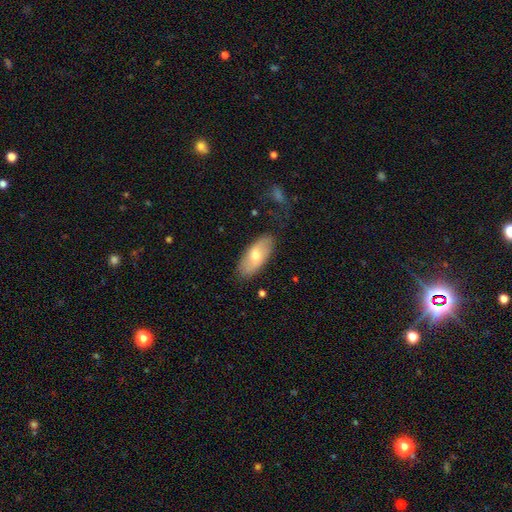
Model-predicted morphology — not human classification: Smooth or featured? smooth (66%)
How rounded? in between (88%)
Merging? none (81%)